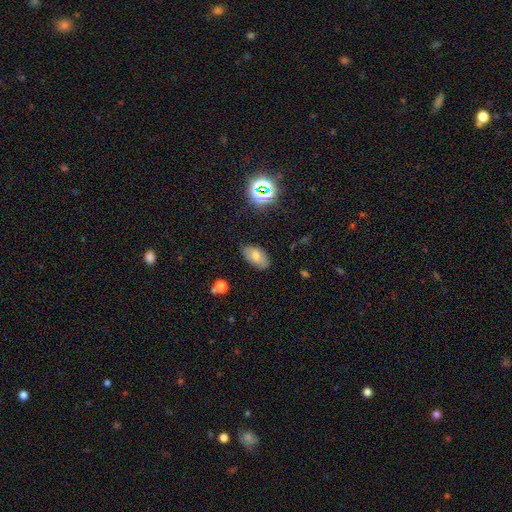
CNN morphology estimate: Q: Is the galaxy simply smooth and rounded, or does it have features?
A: smooth — 69%.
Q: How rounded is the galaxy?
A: in between — 92%.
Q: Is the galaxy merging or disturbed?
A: none — 81%.